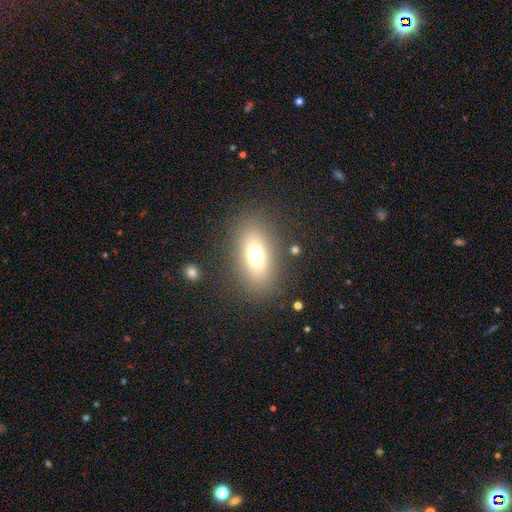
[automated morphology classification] The model was most divided on "smooth or featured": smooth: 69%, featured or disk: 18%, star or artifact: 13%. More confident: merging — none (84%); how rounded — in between (81%).